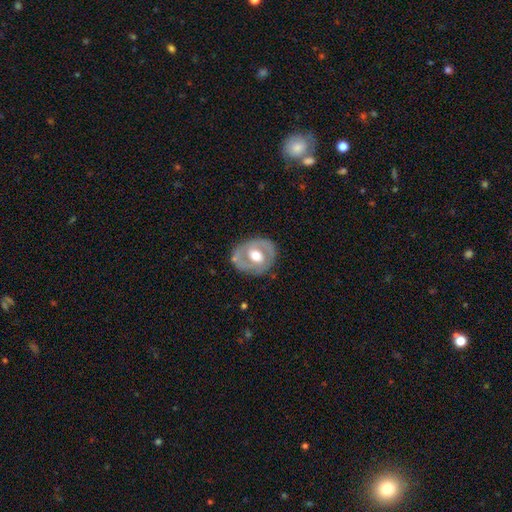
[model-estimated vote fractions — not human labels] smooth-or-featured: featured or disk: 69% | smooth: 26% | star or artifact: 5%
  disk-edge-on: no: 96% | yes: 4%
    bar: no: 53% | weak: 34% | strong: 13%
    has-spiral-arms: yes: 52% | no: 48%
    bulge-size: moderate: 68% | large: 23% | small: 7% | dominant: 1% | none: 1%
  merging: none: 74% | minor disturbance: 17% | major disturbance: 6% | merger: 3%